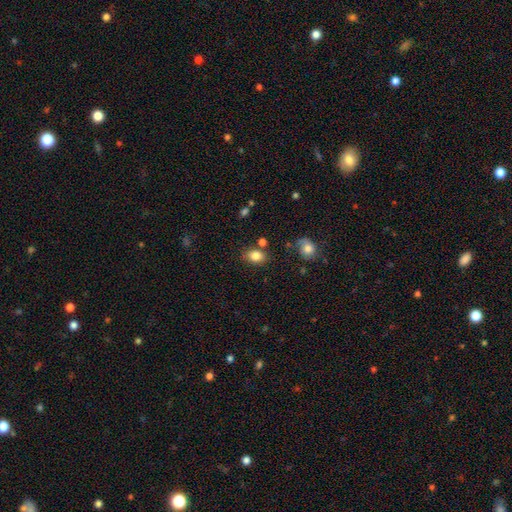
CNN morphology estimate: A smooth galaxy with no disk features (83%) that is in between round and cigar-shaped (72%).

Vote fractions:
- Smooth or featured? smooth: 83% / star or artifact: 10% / featured or disk: 8%
- How rounded? in between: 72% / round: 27% / cigar-shaped: 1%
- Merging? none: 77% / minor disturbance: 13% / merger: 6% / major disturbance: 3%